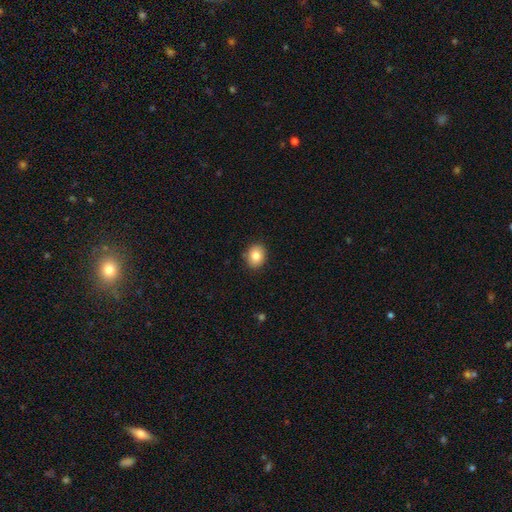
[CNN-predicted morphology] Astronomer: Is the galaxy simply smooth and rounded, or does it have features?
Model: smooth — 84%.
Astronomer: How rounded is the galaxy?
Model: round — 57% (runner-up: in between, 42%).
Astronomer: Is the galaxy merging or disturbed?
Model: none — 88%.